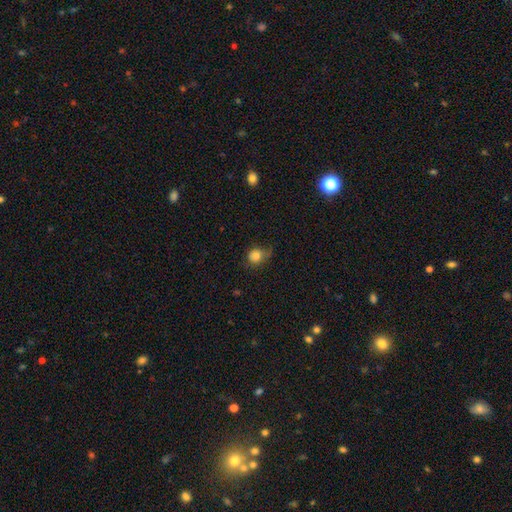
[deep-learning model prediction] Smooth or featured? Predicted: smooth (p=0.82). How rounded? Predicted: round (p=0.72). Merging? Predicted: none (p=0.52).